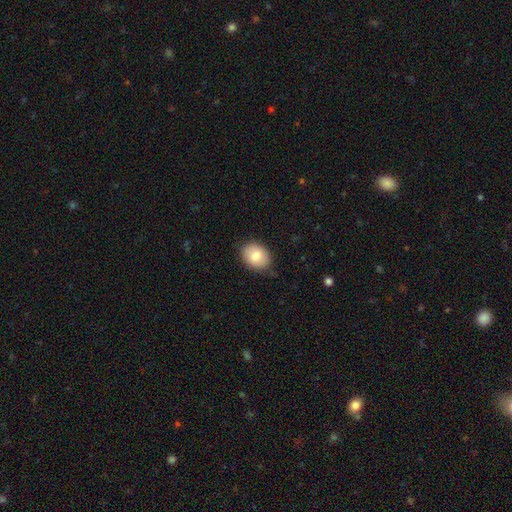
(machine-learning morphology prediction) smooth_or_featured: smooth (p=0.81) [alt: featured or disk p=0.12]
how_rounded: in between (p=0.60) [alt: round p=0.39]
merging: none (p=0.82) [alt: minor disturbance p=0.14]